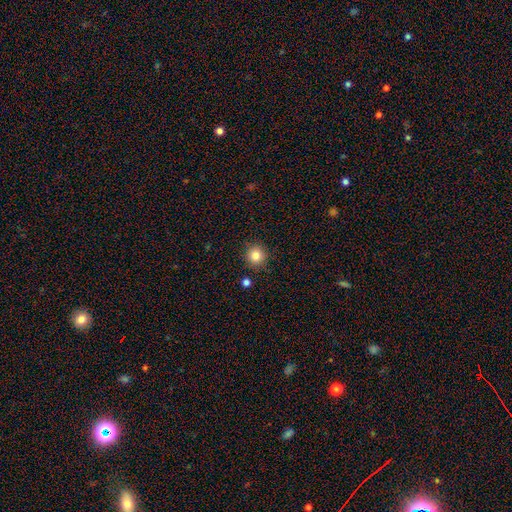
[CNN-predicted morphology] Q: Smooth or featured?
A: smooth (83%); runner-up: star or artifact (11%)
Q: How rounded?
A: round (94%); runner-up: in between (6%)
Q: Merging?
A: none (89%); runner-up: minor disturbance (7%)